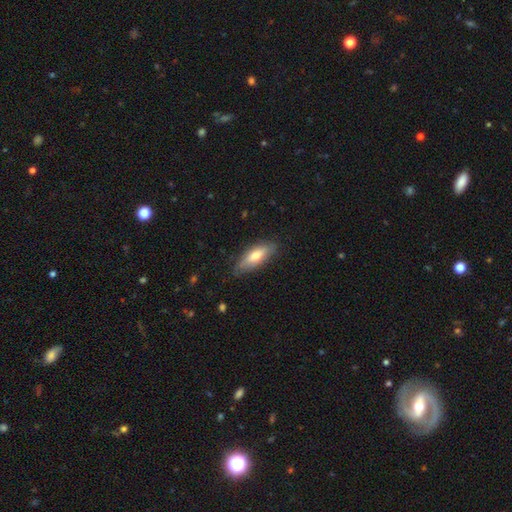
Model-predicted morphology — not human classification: smooth-or-featured: smooth: 66% | featured or disk: 28% | star or artifact: 6%
  how-rounded: in between: 63% | cigar-shaped: 35% | round: 2%
  merging: none: 79% | minor disturbance: 17% | major disturbance: 3% | merger: 1%